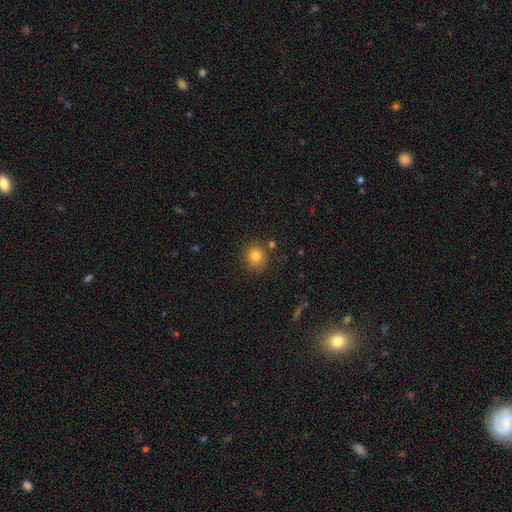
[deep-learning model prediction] This appears to be a smooth galaxy with no disk features (82%) that is round (86%). Merging: none (80%).